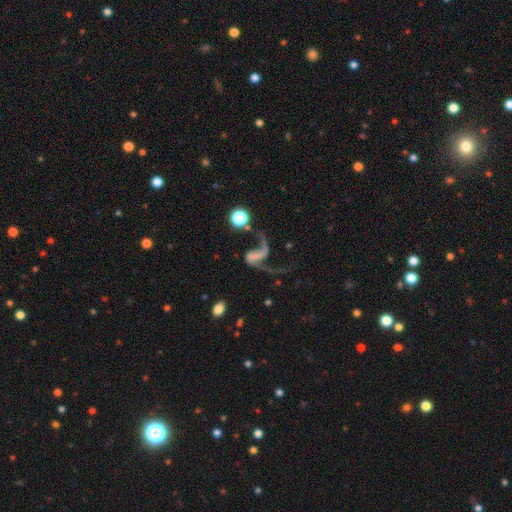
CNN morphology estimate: smooth-or-featured: featured or disk: 71% | smooth: 16% | star or artifact: 13%
  disk-edge-on: no: 97% | yes: 3%
    bar: no: 50% | weak: 27% | strong: 24%
    has-spiral-arms: yes: 85% | no: 15%
      spiral-winding: loose: 88% | medium: 10% | tight: 2%
      spiral-arm-count: 2: 72% | 1: 23% | can't tell: 2% | 3: 1% | 4: 1% | more than 4: 1%
    bulge-size: none: 71% | small: 14% | moderate: 6% | large: 5% | dominant: 4%
  merging: major disturbance: 40% | none: 36% | minor disturbance: 14% | merger: 10%